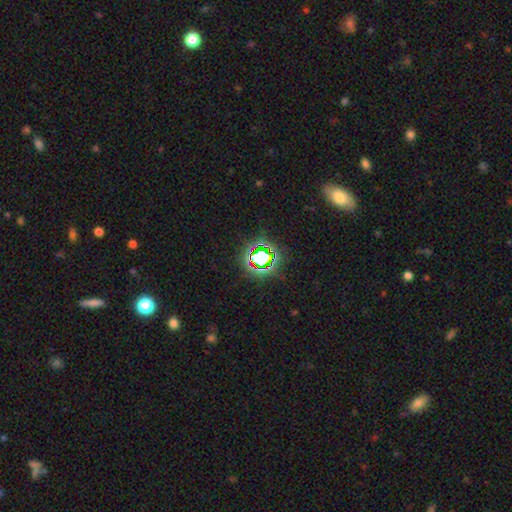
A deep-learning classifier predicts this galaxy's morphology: star or artifact 69%, smooth 21%, featured or disk 9%.